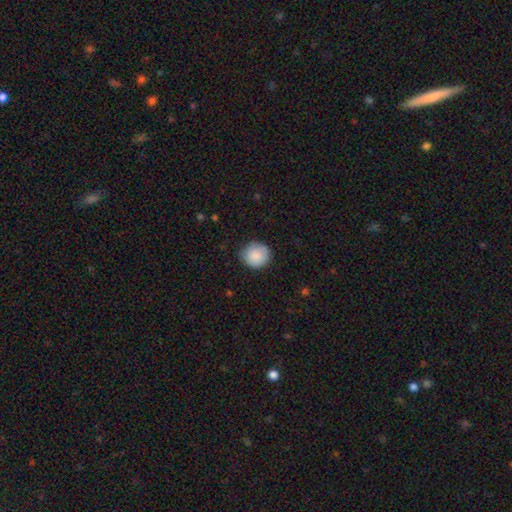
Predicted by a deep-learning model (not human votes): The model was most divided on "merging": none: 80%, minor disturbance: 16%, major disturbance: 3%, merger: 1%. More confident: how rounded — round (87%); smooth or featured — smooth (87%).